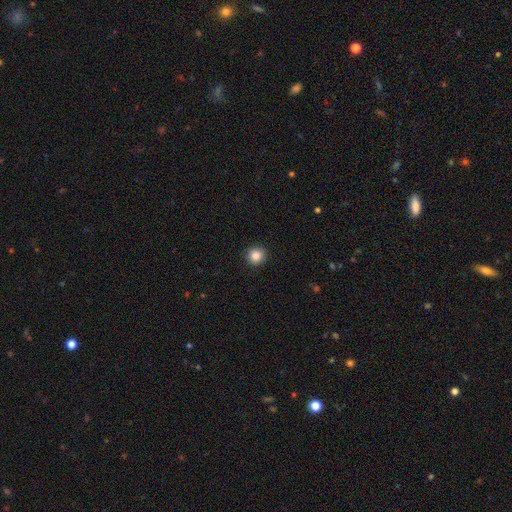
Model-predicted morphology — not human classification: smooth 85%, star or artifact 10%, featured or disk 5%. Down the decision tree: how rounded — round (95%); merging — none (93%).